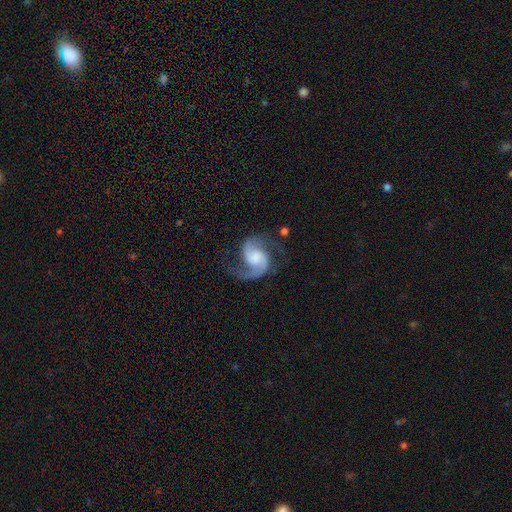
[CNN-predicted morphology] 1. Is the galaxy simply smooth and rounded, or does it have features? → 91% featured or disk, 5% smooth, 4% star or artifact.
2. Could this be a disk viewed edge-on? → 98% no, 2% yes.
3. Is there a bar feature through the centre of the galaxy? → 56% no, 36% weak, 9% strong.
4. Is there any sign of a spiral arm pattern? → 98% yes, 2% no.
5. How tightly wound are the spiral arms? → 56% medium, 30% loose, 14% tight.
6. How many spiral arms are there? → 92% 2, 3% 1, 2% can't tell, 1% 3, 1% 4, 1% more than 4.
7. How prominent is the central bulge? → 29% moderate, 25% none, 22% large, 20% small, 3% dominant.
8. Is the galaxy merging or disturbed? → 72% none, 17% minor disturbance, 10% major disturbance, 2% merger.